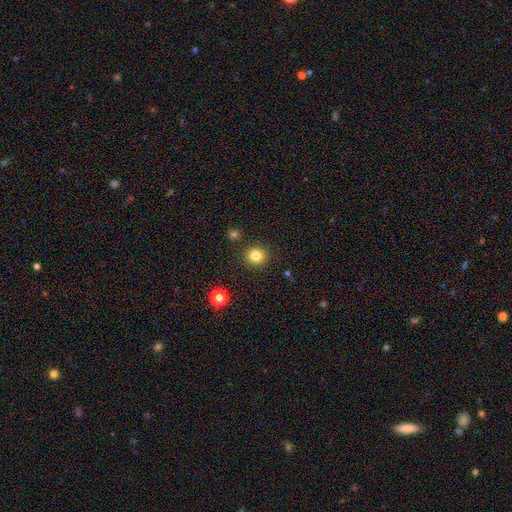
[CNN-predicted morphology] smooth 82%, star or artifact 12%, featured or disk 6%. Down the decision tree: how rounded — round (92%); merging — none (89%).